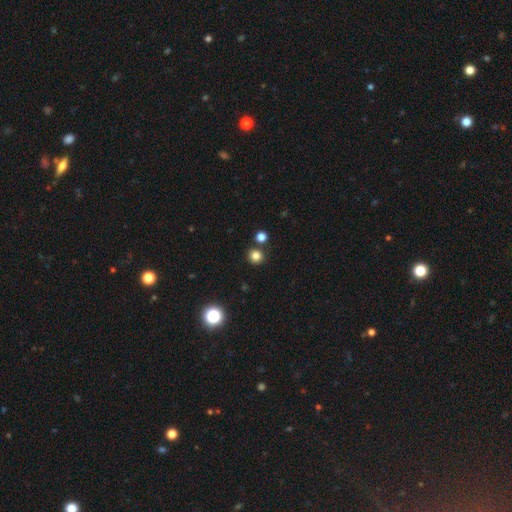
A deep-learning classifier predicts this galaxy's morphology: Overall: smooth (80%). How rounded: round (92%). Merging: none (84%).